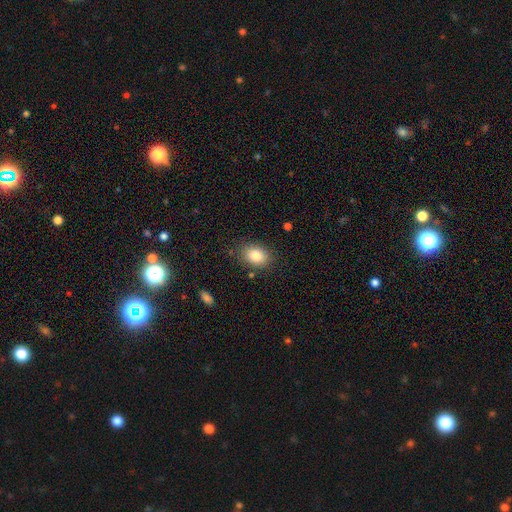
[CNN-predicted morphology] The model was most divided on "how rounded": in between: 76%, round: 23%, cigar-shaped: 1%. More confident: smooth or featured — smooth (84%); merging — none (82%).